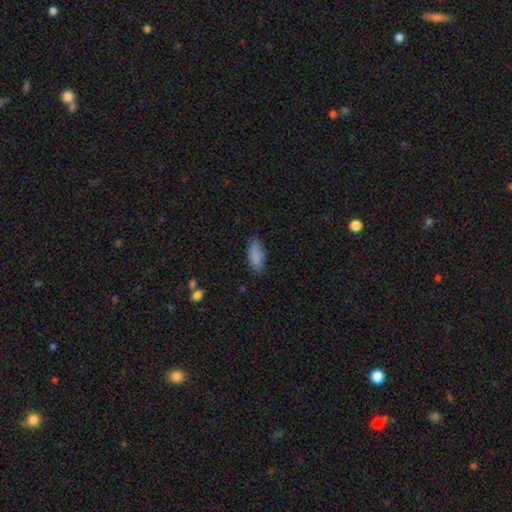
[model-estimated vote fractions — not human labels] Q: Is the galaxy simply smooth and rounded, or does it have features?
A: smooth — 87%.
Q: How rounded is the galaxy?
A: in between — 83%.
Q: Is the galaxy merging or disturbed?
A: none — 77%.